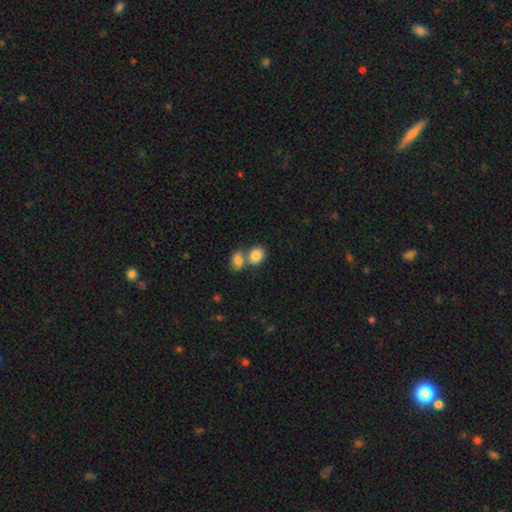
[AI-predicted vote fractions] A smooth galaxy with no disk features (84%) that is round (53%). Merging: merger (51%).